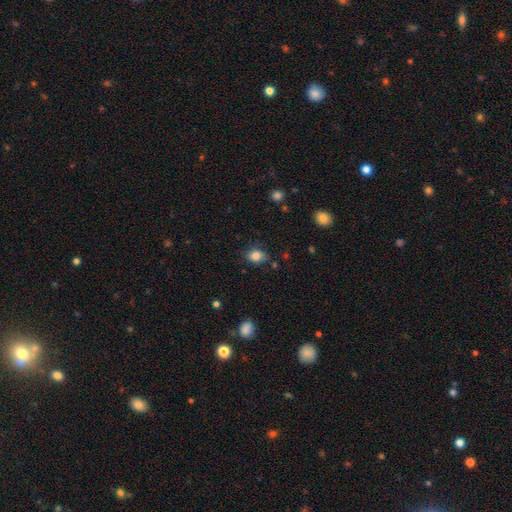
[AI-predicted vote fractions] The model was most divided on "how rounded": in between: 56%, round: 42%, cigar-shaped: 1%. More confident: smooth or featured — smooth (83%); merging — none (73%).